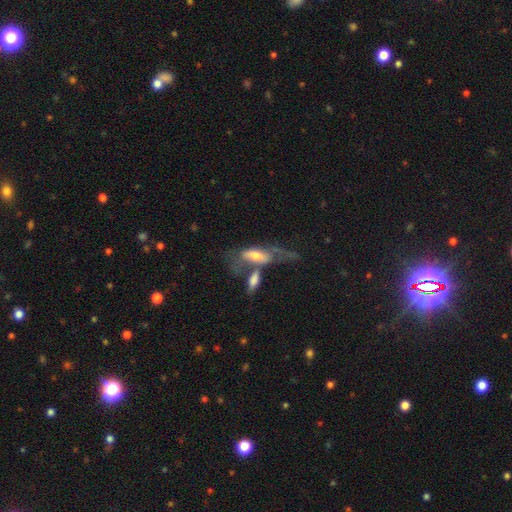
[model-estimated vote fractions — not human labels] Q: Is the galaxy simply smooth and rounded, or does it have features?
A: featured or disk — 48%.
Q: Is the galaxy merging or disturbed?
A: merger — 43%.